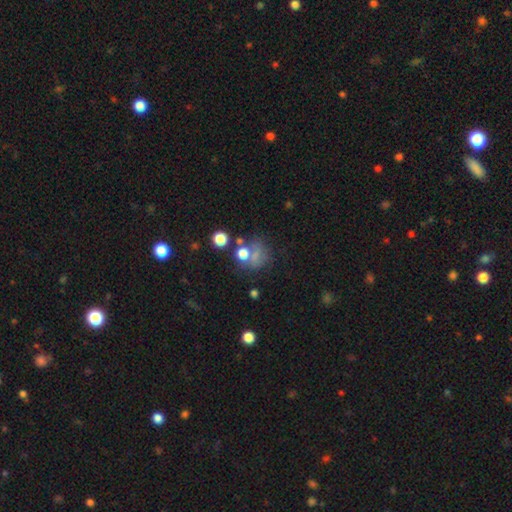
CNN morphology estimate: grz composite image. It shows a smooth galaxy with no disk features (55%) that is round (71%). Merging: none (44%).